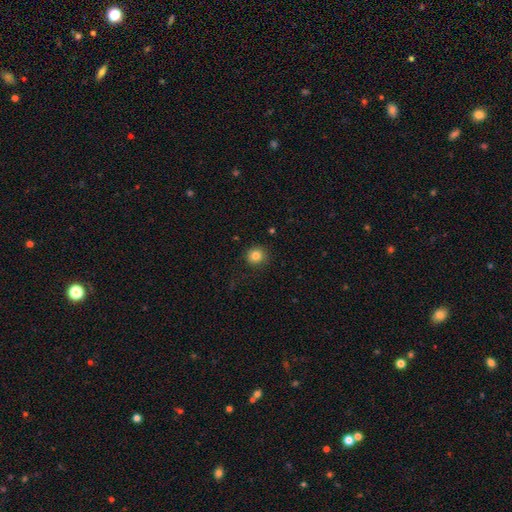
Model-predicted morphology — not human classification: Q: Smooth or featured?
A: smooth (83%); runner-up: star or artifact (11%)
Q: How rounded?
A: round (92%); runner-up: in between (7%)
Q: Merging?
A: none (88%); runner-up: minor disturbance (8%)